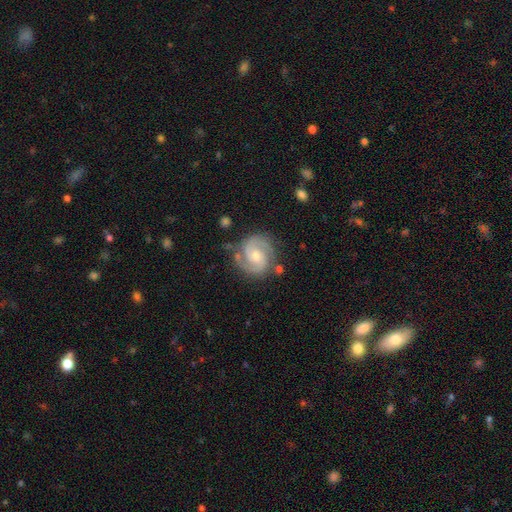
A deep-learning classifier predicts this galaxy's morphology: Smooth or featured: featured or disk — 90% (smooth — 6%)
Edge-on disk: no — 98% (yes — 2%)
Bar: no — 55% (weak — 36%)
Spiral arms: yes — 98% (no — 2%)
Spiral winding: tight — 52% (medium — 42%)
Spiral arm count: 2 — 90% (3 — 4%)
Bulge size: moderate — 49% (small — 47%)
Merging: none — 76% (minor disturbance — 16%)